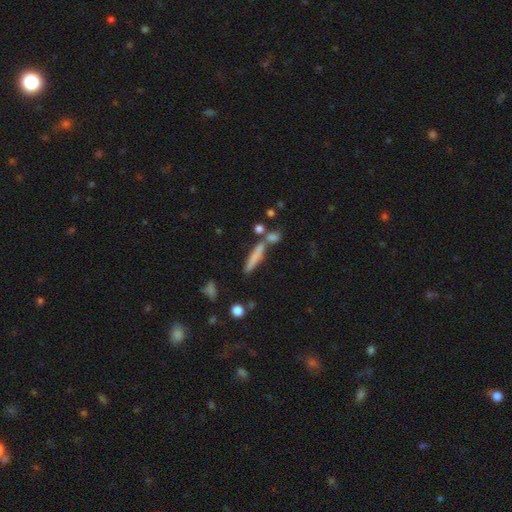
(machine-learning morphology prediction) smooth 68%, featured or disk 24%, star or artifact 9%. Down the decision tree: how rounded — cigar-shaped (88%); merging — none (66%).